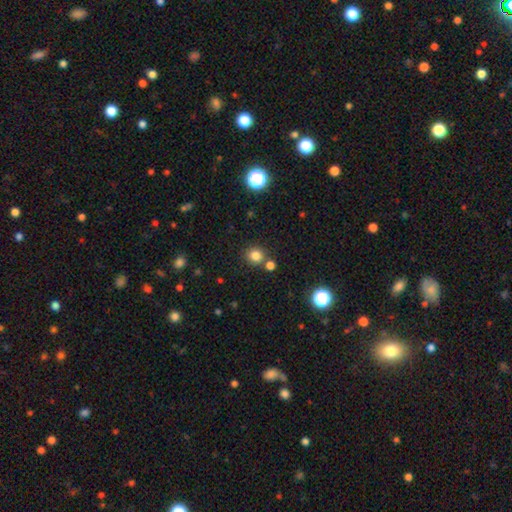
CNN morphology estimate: Smooth or featured: smooth — 80% (star or artifact — 15%)
How rounded: round — 86% (in between — 13%)
Merging: none — 74% (merger — 15%)